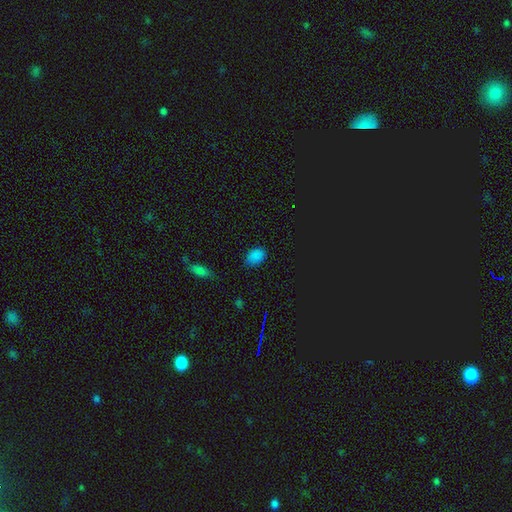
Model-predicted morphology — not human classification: Smooth or featured?
  - smooth: 79% *
  - star or artifact: 17%
  - featured or disk: 4%
How rounded?
  - in between: 84% *
  - round: 14%
  - cigar-shaped: 2%
Merging?
  - none: 78% *
  - minor disturbance: 17%
  - major disturbance: 3%
  - merger: 2%